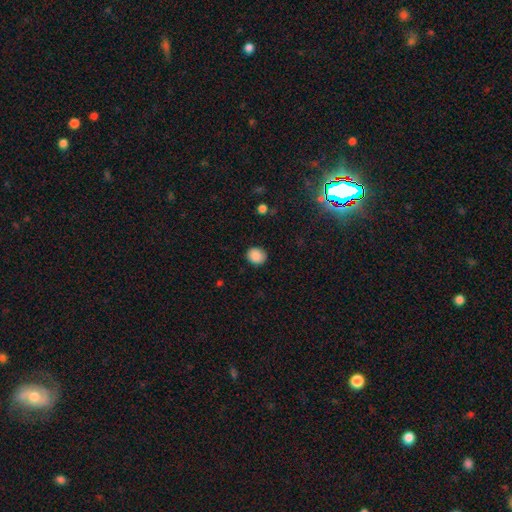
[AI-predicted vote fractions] smooth_or_featured: smooth (p=0.88) [alt: star or artifact p=0.09]
how_rounded: round (p=0.77) [alt: in between p=0.22]
merging: none (p=0.86) [alt: minor disturbance p=0.10]